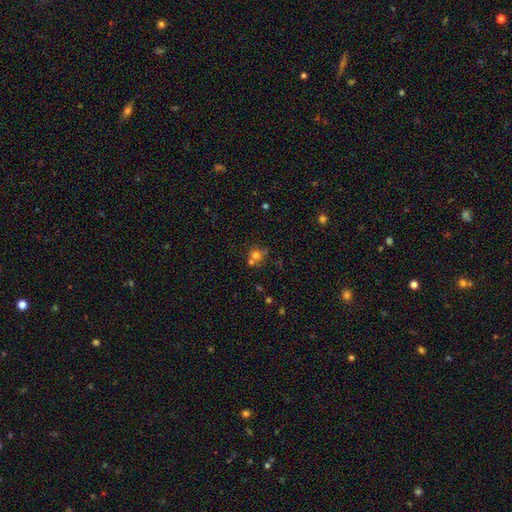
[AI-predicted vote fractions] Overall: smooth (67%). How rounded: round (83%). Merging: none (51%; merger 34%).